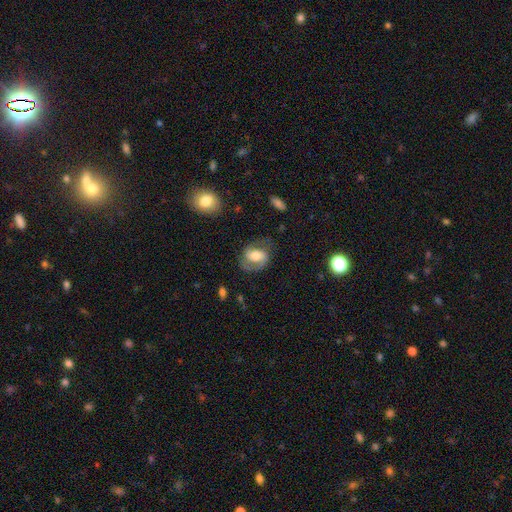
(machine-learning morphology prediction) The model was most divided on "bar": weak: 42%, no: 34%, strong: 25%. More confident: edge-on disk — no (97%); spiral arms — yes (87%); spiral arm count — 2 (77%); smooth or featured — featured or disk (66%); merging — none (65%); bulge size — moderate (58%); spiral winding — medium (50%).